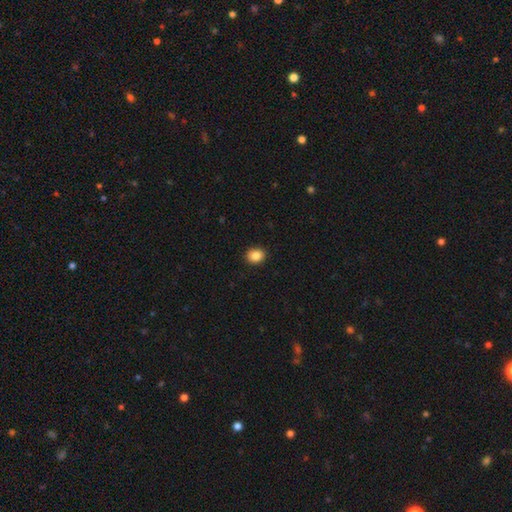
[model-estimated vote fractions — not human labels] Q: Smooth or featured?
A: smooth (87%); runner-up: star or artifact (9%)
Q: How rounded?
A: round (63%); runner-up: in between (36%)
Q: Merging?
A: none (91%); runner-up: minor disturbance (6%)